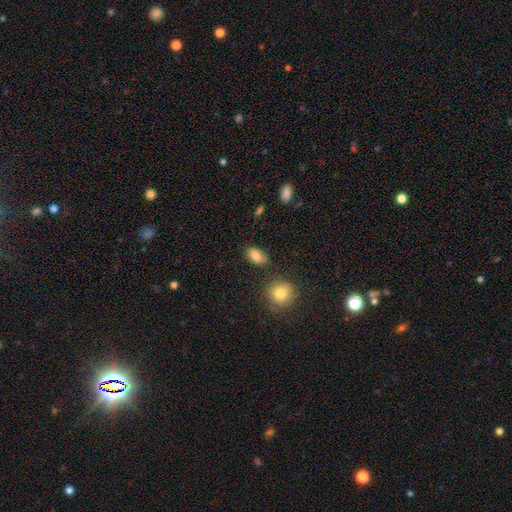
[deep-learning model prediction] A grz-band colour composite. It shows a smooth galaxy with no disk features (82%) that is in between round and cigar-shaped (88%). Merging: none (81%).